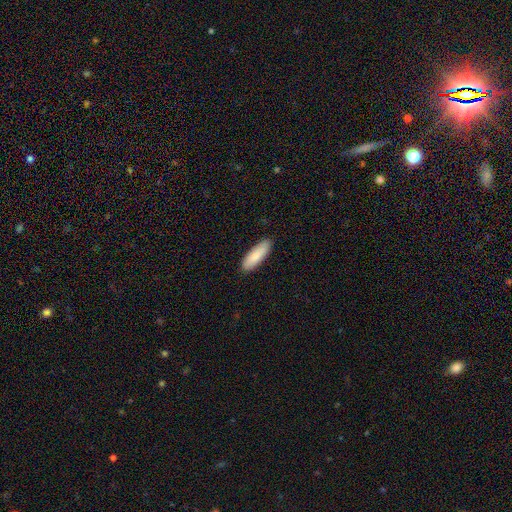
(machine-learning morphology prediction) Overall: smooth (86%). How rounded: in between (51%; cigar-shaped 47%). Merging: none (90%).